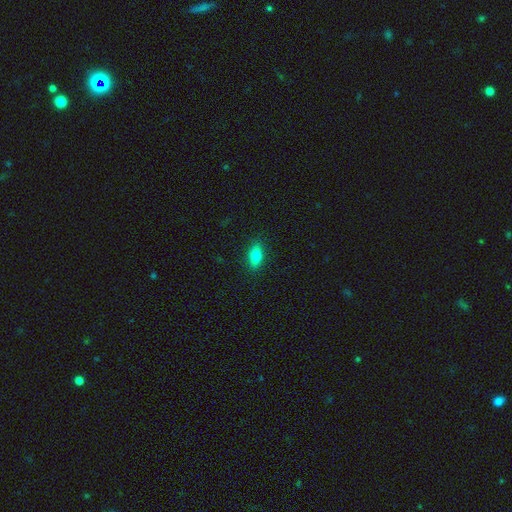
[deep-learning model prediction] Morphology: type=smooth (78%); roundness=in between (81%); merging=none (88%).